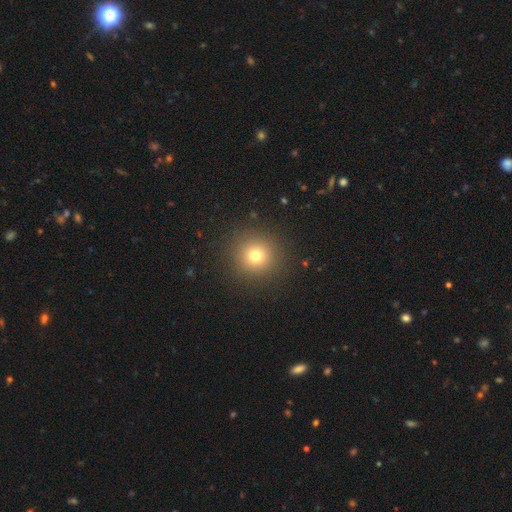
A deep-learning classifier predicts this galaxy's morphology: This appears to be a smooth galaxy with no disk features (74%) that is round (94%). Merging: none (90%).